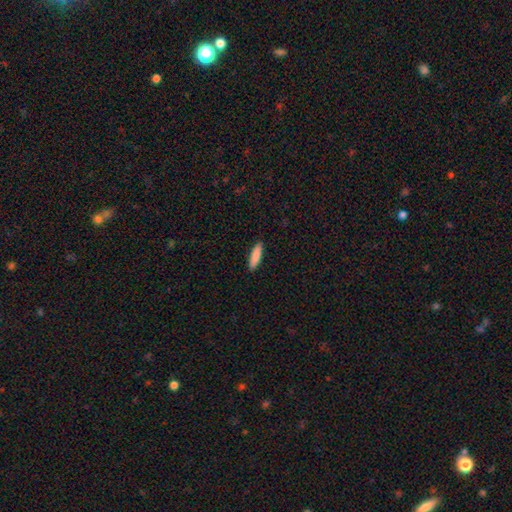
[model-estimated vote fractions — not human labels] This appears to be a smooth galaxy with no disk features (86%) that is cigar-shaped (66%). Merging: none (90%).